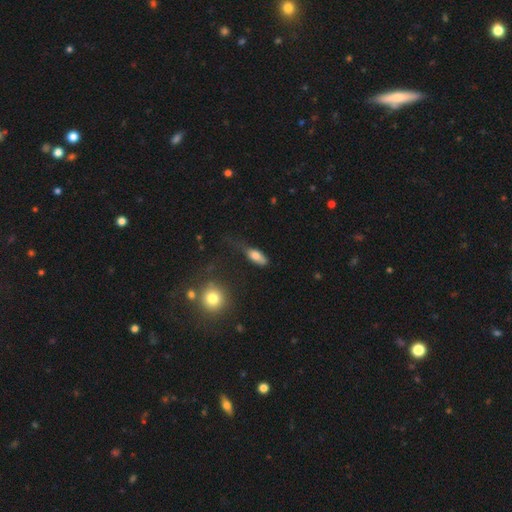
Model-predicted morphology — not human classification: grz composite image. It shows a smooth galaxy with no disk features (74%) that is in between round and cigar-shaped (75%). Merging: none (40%).